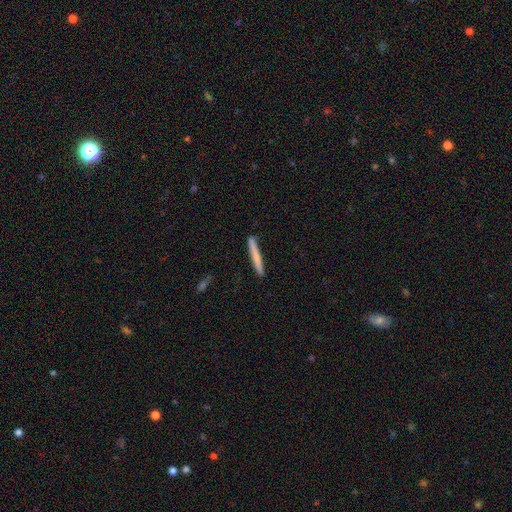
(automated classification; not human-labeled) A smooth galaxy with no disk features (69%) that is cigar-shaped (97%). Merging: none (90%).